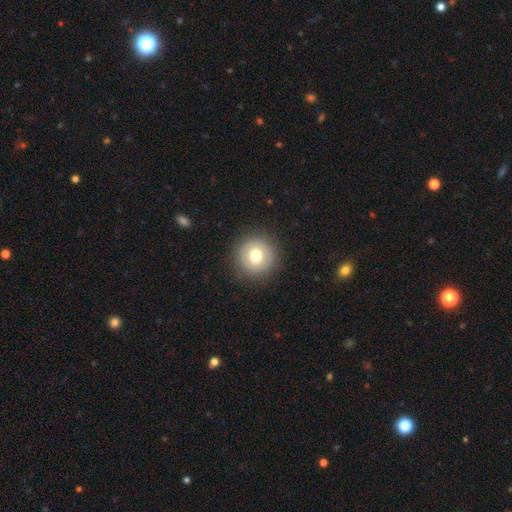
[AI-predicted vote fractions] Smooth or featured?
  - smooth: 72% *
  - featured or disk: 18%
  - star or artifact: 10%
How rounded?
  - round: 95% *
  - in between: 4%
  - cigar-shaped: 1%
Merging?
  - none: 89% *
  - minor disturbance: 7%
  - major disturbance: 3%
  - merger: 1%